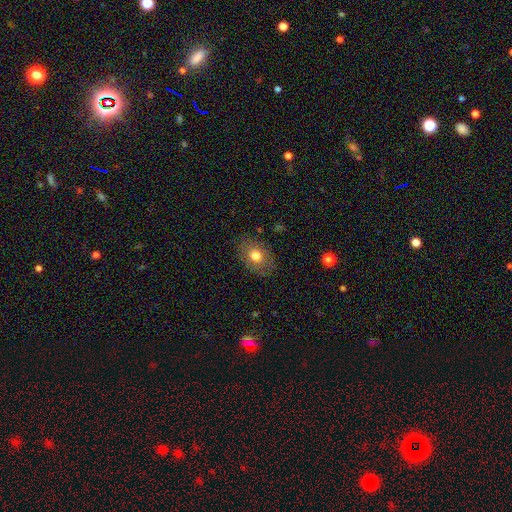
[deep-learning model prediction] Smooth or featured? Predicted: smooth (p=0.74). How rounded? Predicted: in between (p=0.67). Merging? Predicted: none (p=0.83).